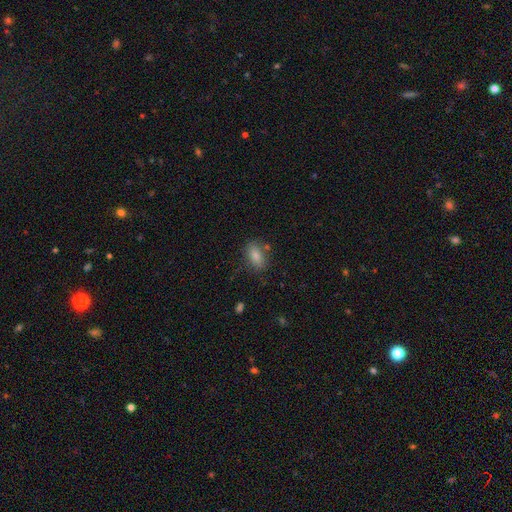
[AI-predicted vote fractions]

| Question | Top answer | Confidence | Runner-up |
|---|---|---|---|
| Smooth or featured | smooth | 82% | featured or disk (10%) |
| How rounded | in between | 87% | round (7%) |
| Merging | none | 76% | minor disturbance (14%) |